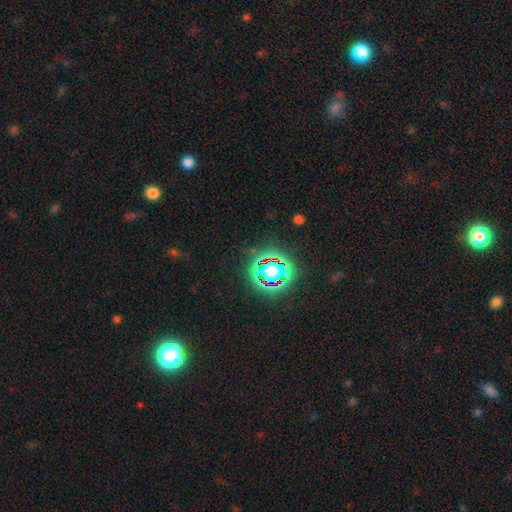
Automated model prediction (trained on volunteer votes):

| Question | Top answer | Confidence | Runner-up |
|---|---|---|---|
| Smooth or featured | star or artifact | 77% | smooth (15%) |